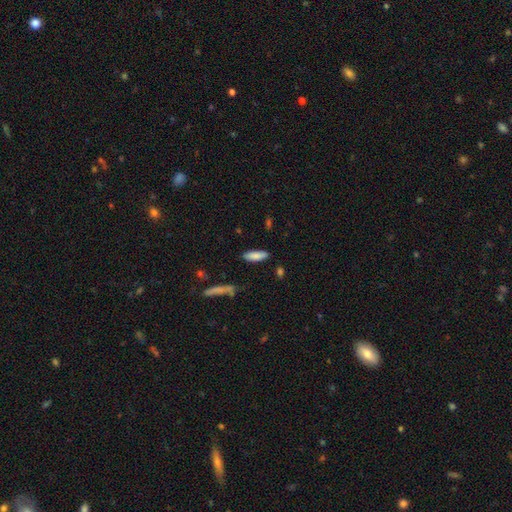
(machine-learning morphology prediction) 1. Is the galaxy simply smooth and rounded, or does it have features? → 85% smooth, 9% featured or disk, 6% star or artifact.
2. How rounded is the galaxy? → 54% in between, 44% cigar-shaped, 2% round.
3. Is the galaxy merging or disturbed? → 85% none, 11% minor disturbance, 2% major disturbance, 2% merger.